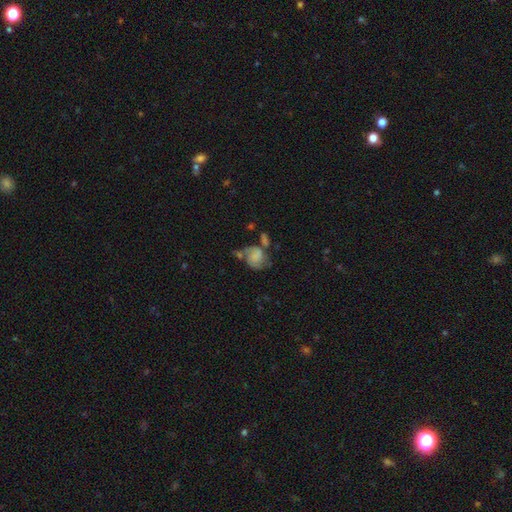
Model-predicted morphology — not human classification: Smooth or featured? Predicted: smooth (p=0.51). How rounded? Predicted: round (p=0.51). Merging? Predicted: none (p=0.31).